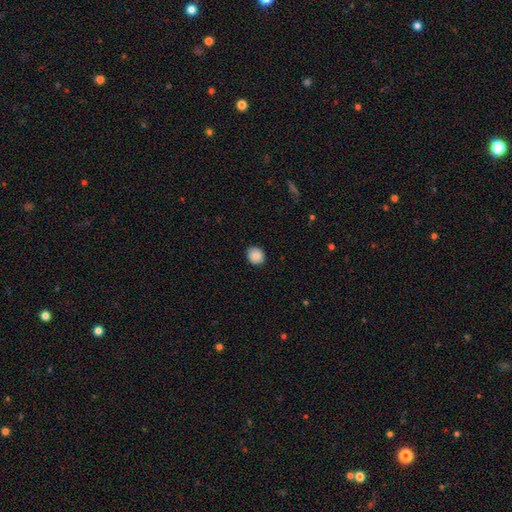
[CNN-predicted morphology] Smooth or featured?
  - smooth: 89% *
  - star or artifact: 8%
  - featured or disk: 4%
How rounded?
  - round: 75% *
  - in between: 24%
  - cigar-shaped: 1%
Merging?
  - none: 87% *
  - minor disturbance: 10%
  - major disturbance: 2%
  - merger: 1%